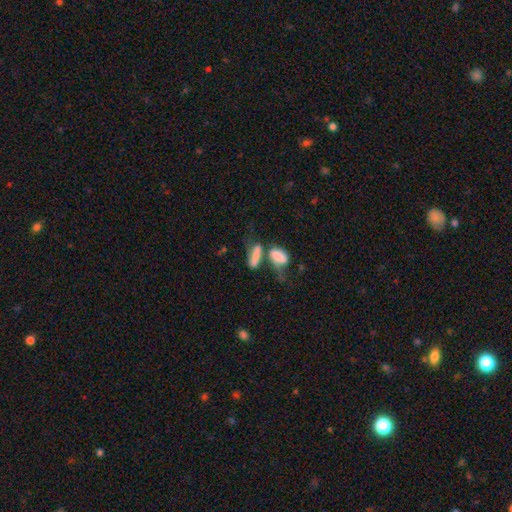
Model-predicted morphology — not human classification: Smooth or featured? smooth (73%)
How rounded? in between (67%)
Merging? merger (55%)